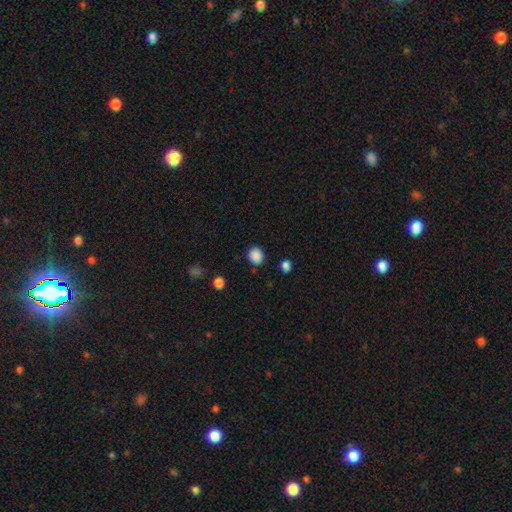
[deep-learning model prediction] The model was most divided on "how rounded": round: 76%, in between: 23%, cigar-shaped: 1%. More confident: smooth or featured — smooth (87%); merging — none (86%).